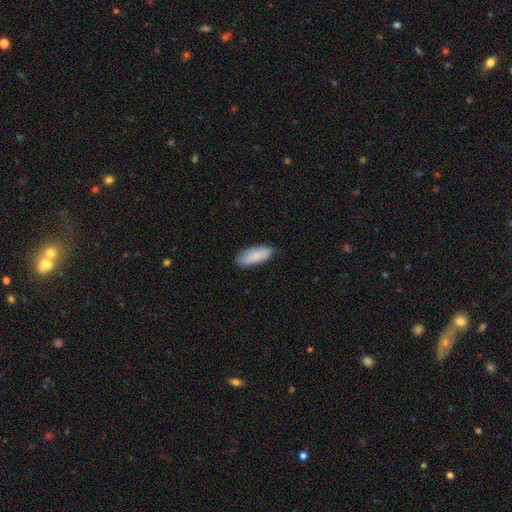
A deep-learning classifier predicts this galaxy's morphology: A smooth galaxy with no disk features (87%) that is in between round and cigar-shaped (75%).

Vote fractions:
- Smooth or featured? smooth: 87% / featured or disk: 7% / star or artifact: 6%
- How rounded? in between: 75% / cigar-shaped: 23% / round: 2%
- Merging? none: 85% / minor disturbance: 12% / major disturbance: 2% / merger: 1%